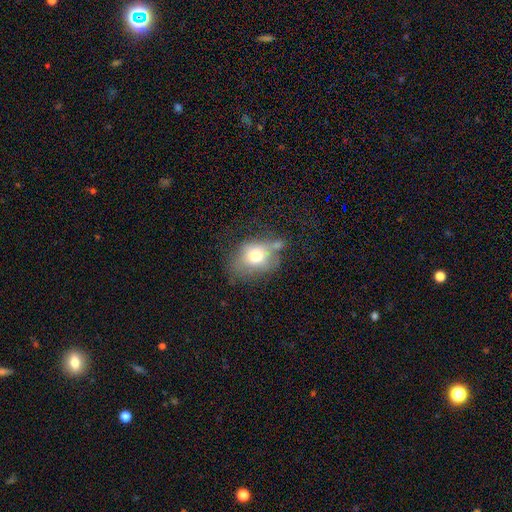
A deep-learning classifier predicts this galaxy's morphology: A smooth galaxy with no disk features (69%) that is in between round and cigar-shaped (54%).

Vote fractions:
- Smooth or featured? smooth: 69% / featured or disk: 20% / star or artifact: 11%
- How rounded? in between: 54% / round: 45% / cigar-shaped: 1%
- Merging? none: 41% / minor disturbance: 27% / major disturbance: 18% / merger: 13%